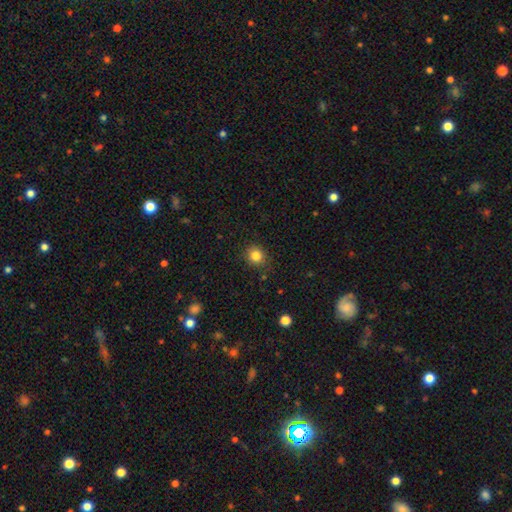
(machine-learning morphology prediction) Smooth or featured? smooth (83%)
How rounded? round (85%)
Merging? none (84%)